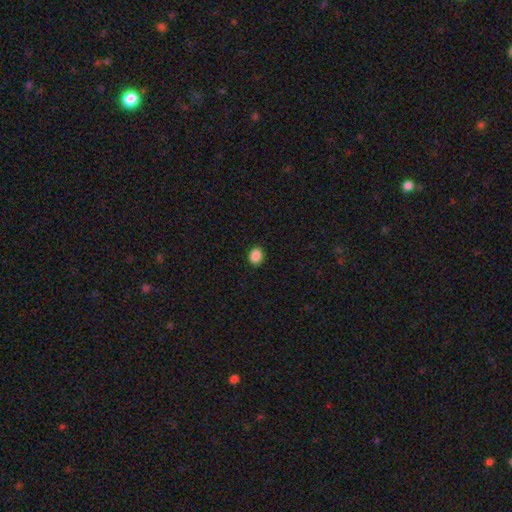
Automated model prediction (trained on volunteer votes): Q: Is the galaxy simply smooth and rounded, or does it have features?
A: smooth — 88%.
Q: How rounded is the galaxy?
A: in between — 52%.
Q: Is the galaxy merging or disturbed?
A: none — 91%.